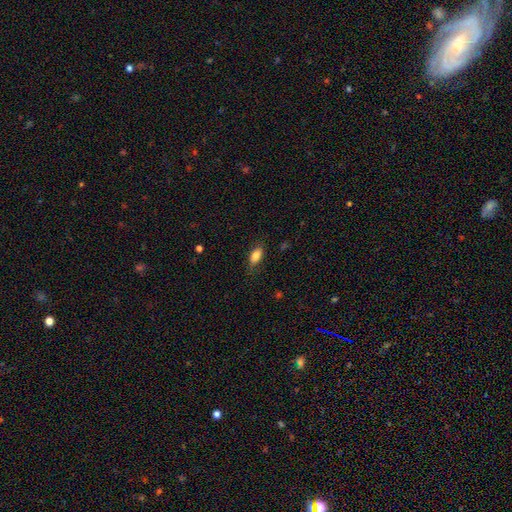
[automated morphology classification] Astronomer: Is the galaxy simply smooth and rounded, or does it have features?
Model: smooth — 81%.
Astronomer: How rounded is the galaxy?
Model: in between — 87%.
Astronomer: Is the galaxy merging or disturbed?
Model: none — 78%.